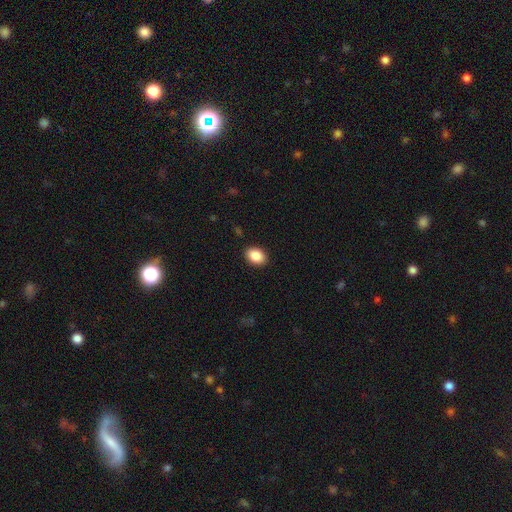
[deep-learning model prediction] A smooth galaxy with no disk features (88%) that is in between round and cigar-shaped (77%). Merging: none (90%).